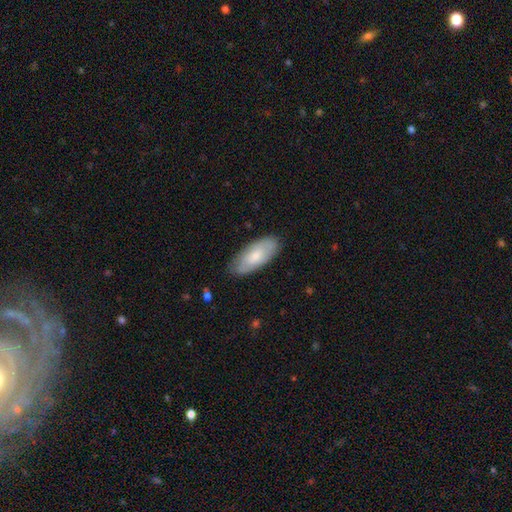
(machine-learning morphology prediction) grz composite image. It shows a smooth galaxy with no disk features (69%) that is in between round and cigar-shaped (87%). Merging: none (81%).